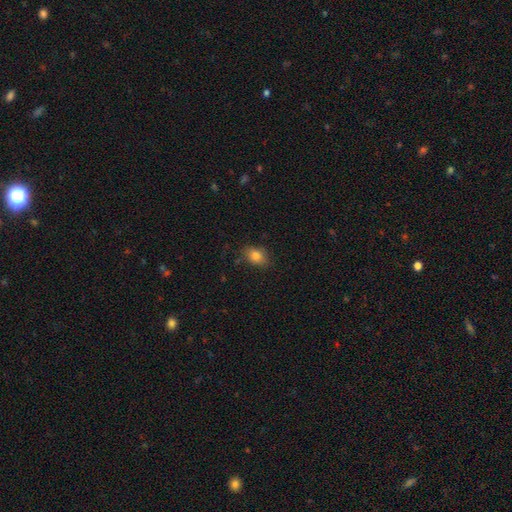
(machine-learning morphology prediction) Smooth or featured? smooth (82%)
How rounded? in between (76%)
Merging? none (78%)